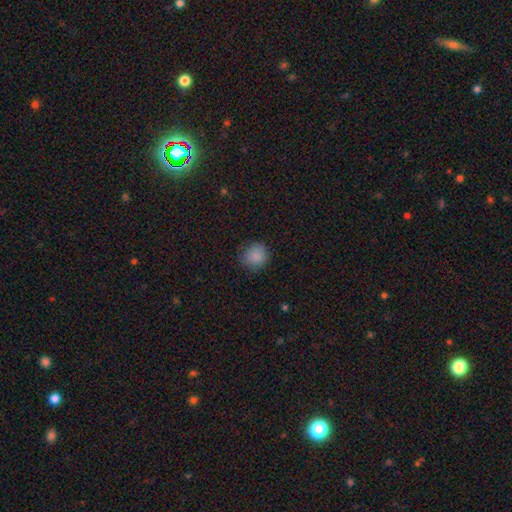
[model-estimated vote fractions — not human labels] The model was most divided on "merging": none: 82%, minor disturbance: 14%, major disturbance: 3%, merger: 1%. More confident: how rounded — round (87%); smooth or featured — smooth (86%).